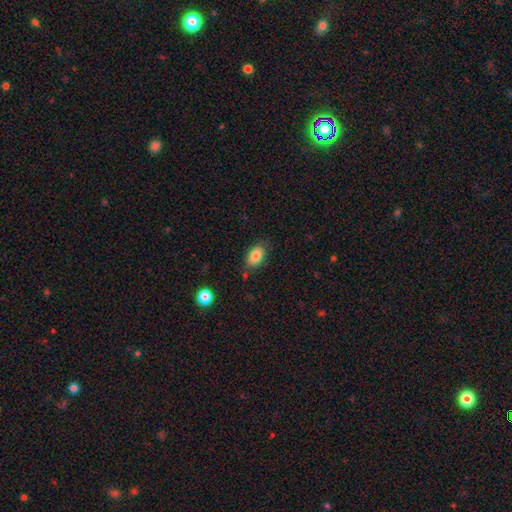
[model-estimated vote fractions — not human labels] A smooth galaxy with no disk features (84%) that is in between round and cigar-shaped (89%).

Vote fractions:
- Smooth or featured? smooth: 84% / star or artifact: 8% / featured or disk: 8%
- How rounded? in between: 89% / round: 9% / cigar-shaped: 2%
- Merging? none: 77% / minor disturbance: 17% / major disturbance: 4% / merger: 3%